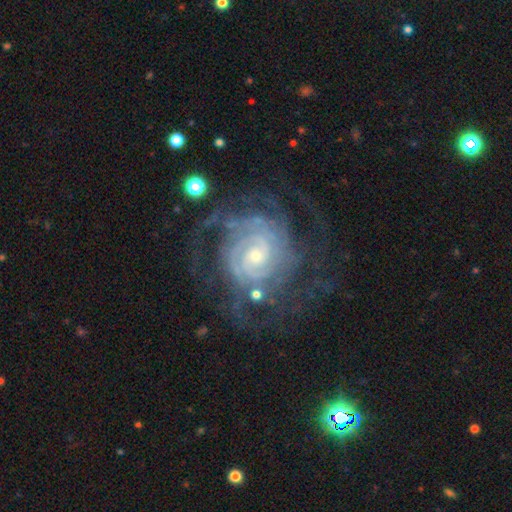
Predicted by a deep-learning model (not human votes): This is clearly a featured or disk galaxy (90%). It is clearly not viewed edge-on (98%). Bar: likely no (61%). Spiral arm pattern: clearly yes (98%). Spiral arm count: marginally can't tell (26%). Spiral winding: likely tight (79%). Central bulge: likely small (68%). Merging: likely none (68%).